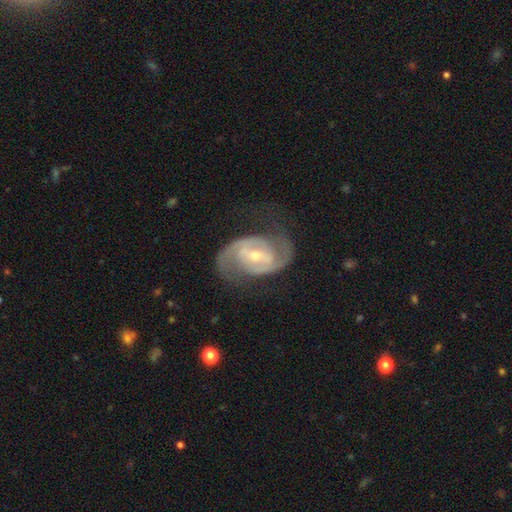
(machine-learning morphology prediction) smooth-or-featured: featured or disk: 89% | smooth: 6% | star or artifact: 5%
  disk-edge-on: no: 97% | yes: 3%
    bar: weak: 45% | strong: 32% | no: 24%
    has-spiral-arms: yes: 96% | no: 4%
      spiral-winding: medium: 52% | tight: 27% | loose: 21%
      spiral-arm-count: 2: 91% | can't tell: 4% | 3: 2% | 1: 2% | 4: 1% | more than 4: 1%
    bulge-size: small: 52% | moderate: 44% | large: 2% | none: 1% | dominant: 1%
  merging: none: 70% | minor disturbance: 16% | major disturbance: 13% | merger: 2%